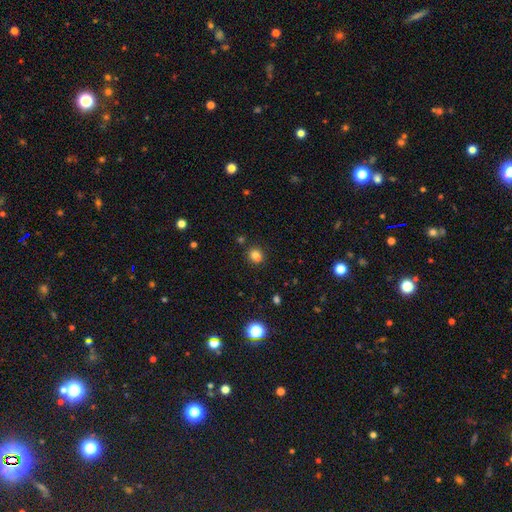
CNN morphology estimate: A smooth galaxy with no disk features (76%) that is round (76%). Merging: none (65%).